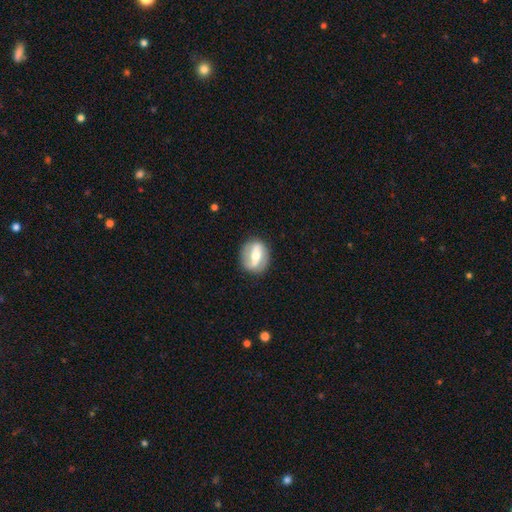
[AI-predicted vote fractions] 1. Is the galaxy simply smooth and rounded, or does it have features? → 67% featured or disk, 27% smooth, 6% star or artifact.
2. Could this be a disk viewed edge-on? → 90% no, 10% yes.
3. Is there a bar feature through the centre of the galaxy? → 63% strong, 24% weak, 13% no.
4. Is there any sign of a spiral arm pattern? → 54% yes, 46% no.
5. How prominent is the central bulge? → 66% moderate, 22% small, 9% large, 1% dominant, 1% none.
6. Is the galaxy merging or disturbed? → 82% none, 12% minor disturbance, 4% major disturbance, 1% merger.